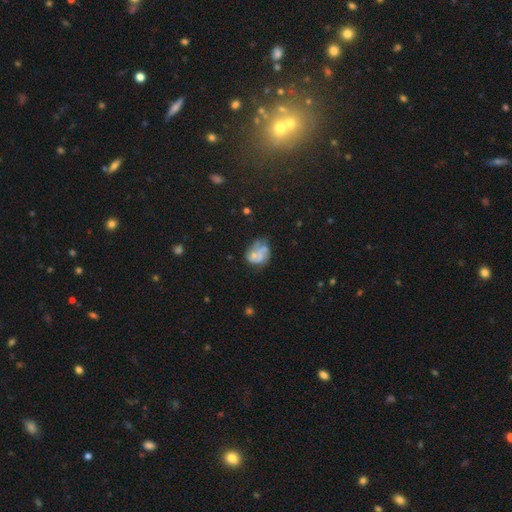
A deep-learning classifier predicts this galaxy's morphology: Smooth or featured?
  - featured or disk: 48% *
  - smooth: 40%
  - star or artifact: 12%
Merging?
  - none: 38% *
  - minor disturbance: 27%
  - major disturbance: 21%
  - merger: 14%